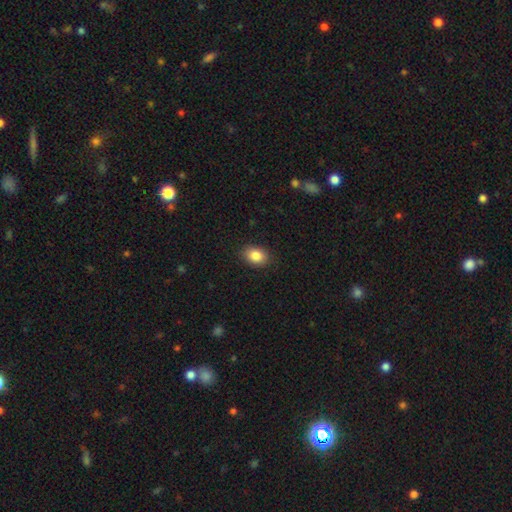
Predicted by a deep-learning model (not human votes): Smooth or featured?
  - smooth: 86% *
  - star or artifact: 8%
  - featured or disk: 6%
How rounded?
  - in between: 75% *
  - round: 24%
  - cigar-shaped: 1%
Merging?
  - none: 87% *
  - minor disturbance: 9%
  - major disturbance: 2%
  - merger: 1%